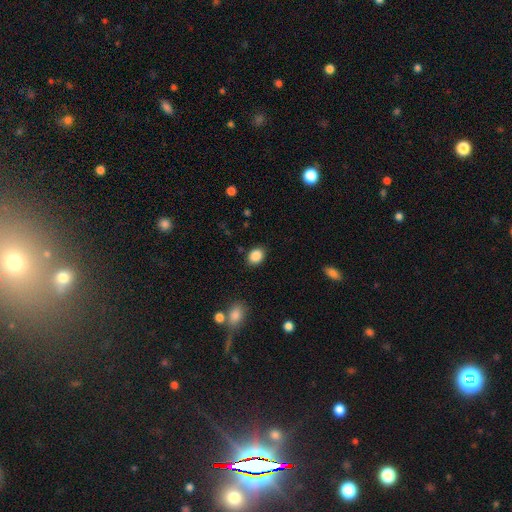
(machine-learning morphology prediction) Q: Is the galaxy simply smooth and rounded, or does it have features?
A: smooth — 88%.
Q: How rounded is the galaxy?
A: in between — 53%.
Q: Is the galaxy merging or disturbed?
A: none — 86%.